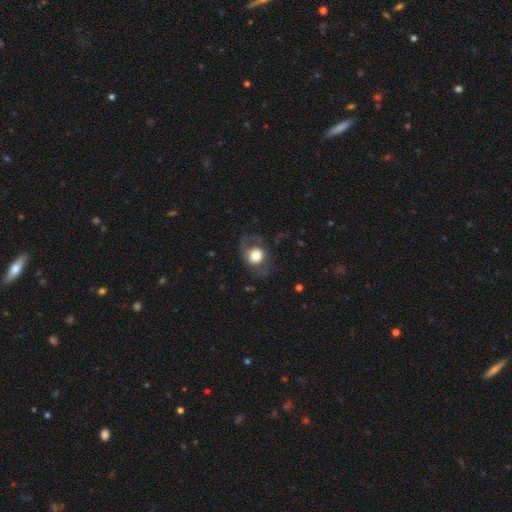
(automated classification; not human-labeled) This appears to be a smooth galaxy with no disk features (62%) that is round (64%). Merging: none (56%).